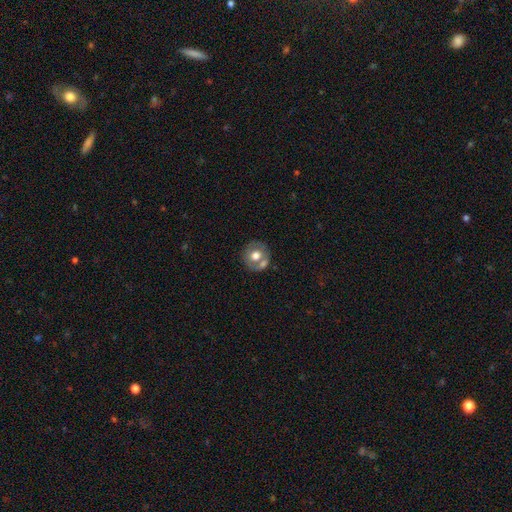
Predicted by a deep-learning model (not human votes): A smooth galaxy with no disk features (56%) that is round (84%). Merging: none (59%).